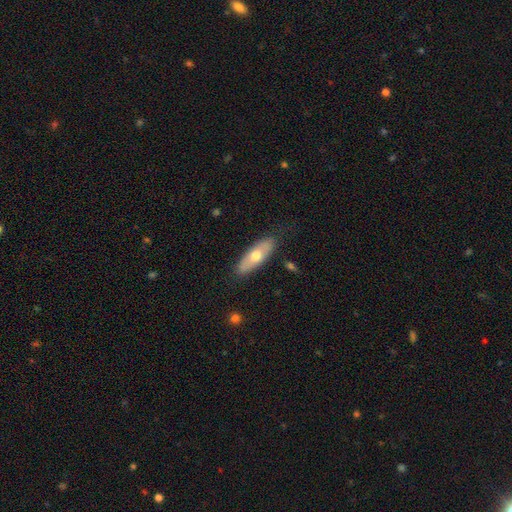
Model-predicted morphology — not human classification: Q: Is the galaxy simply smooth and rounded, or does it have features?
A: smooth — 60%.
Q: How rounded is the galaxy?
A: in between — 65%.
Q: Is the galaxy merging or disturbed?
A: none — 83%.